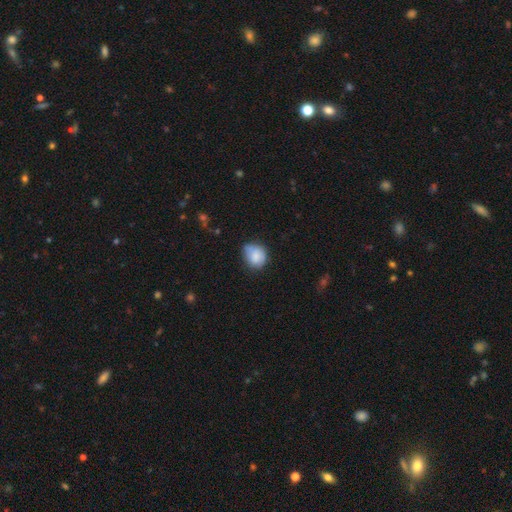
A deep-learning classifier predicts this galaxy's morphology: Smooth or featured?
  - smooth: 81% *
  - featured or disk: 11%
  - star or artifact: 8%
How rounded?
  - round: 62% *
  - in between: 37%
  - cigar-shaped: 1%
Merging?
  - none: 58% *
  - minor disturbance: 32%
  - major disturbance: 7%
  - merger: 3%